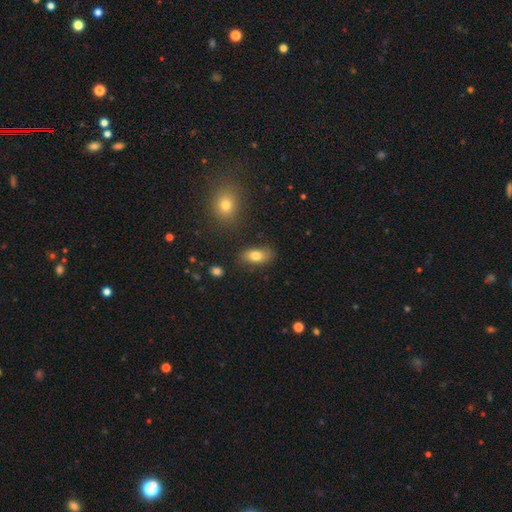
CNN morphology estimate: Q: Smooth or featured?
A: smooth (81%); runner-up: featured or disk (11%)
Q: How rounded?
A: in between (88%); runner-up: round (6%)
Q: Merging?
A: none (80%); runner-up: minor disturbance (13%)